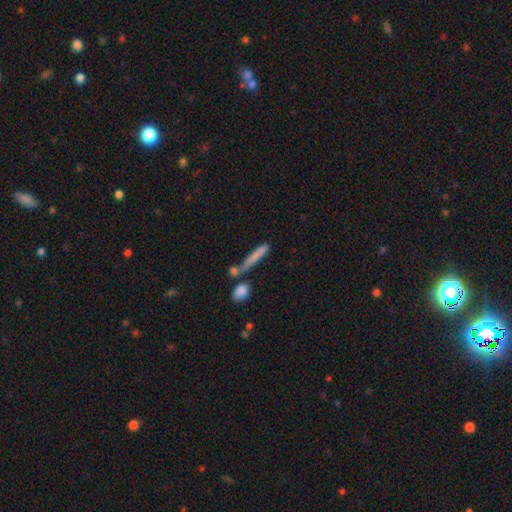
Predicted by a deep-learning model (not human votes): Smooth or featured? smooth (70%)
How rounded? cigar-shaped (89%)
Merging? none (53%)